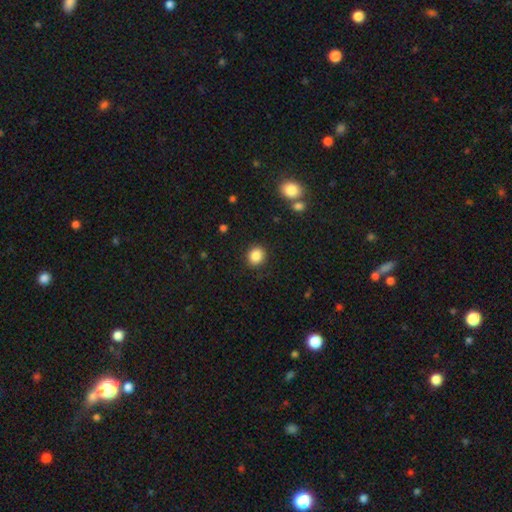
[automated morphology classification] Q: Smooth or featured?
A: smooth (87%); runner-up: star or artifact (10%)
Q: How rounded?
A: round (77%); runner-up: in between (22%)
Q: Merging?
A: none (89%); runner-up: minor disturbance (7%)